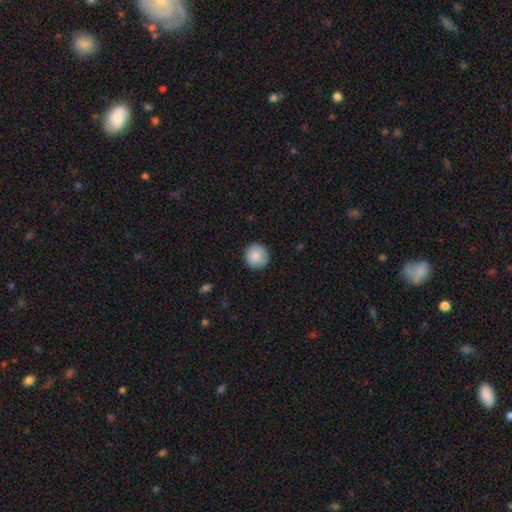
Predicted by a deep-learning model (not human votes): The model was most divided on "smooth or featured": smooth: 87%, star or artifact: 7%, featured or disk: 6%. More confident: how rounded — round (95%); merging — none (90%).